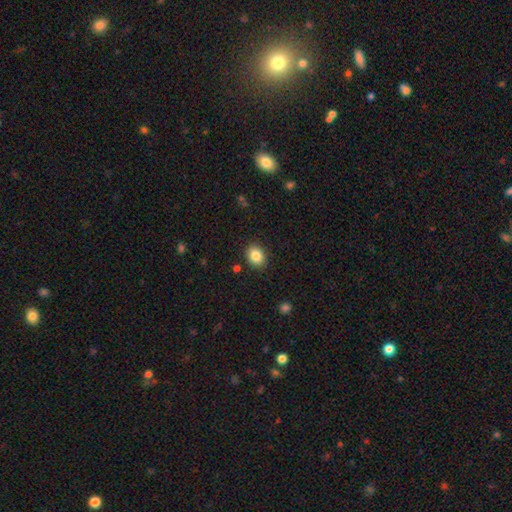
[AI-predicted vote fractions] smooth 85%, star or artifact 9%, featured or disk 6%. Down the decision tree: how rounded — in between (50%); merging — none (87%).